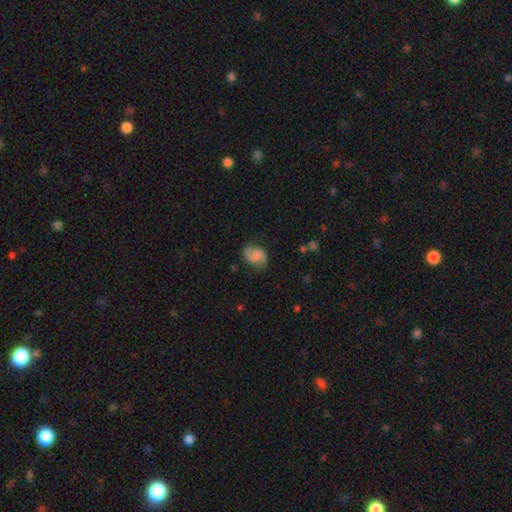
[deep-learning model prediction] This is possibly a smooth galaxy (58%). How rounded: likely in between (70%). Merging: likely none (63%).